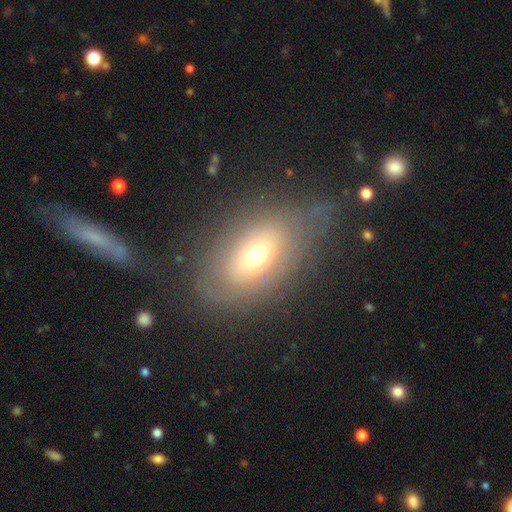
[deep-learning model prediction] A featured or disk galaxy (48%). Merging: none (60%).